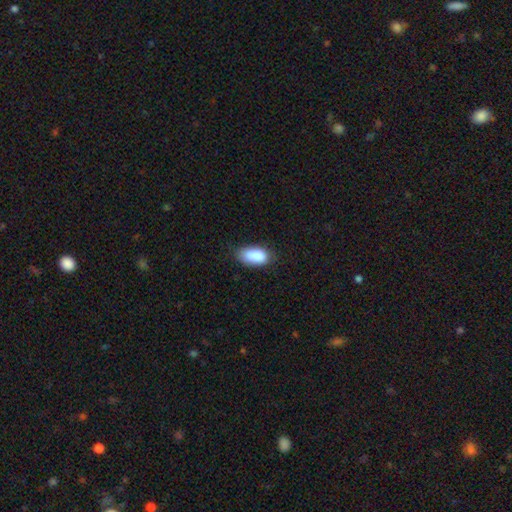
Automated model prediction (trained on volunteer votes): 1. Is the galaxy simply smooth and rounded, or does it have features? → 88% smooth, 7% star or artifact, 5% featured or disk.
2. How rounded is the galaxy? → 92% in between, 5% cigar-shaped, 3% round.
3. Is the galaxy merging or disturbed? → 73% none, 22% minor disturbance, 4% major disturbance, 2% merger.